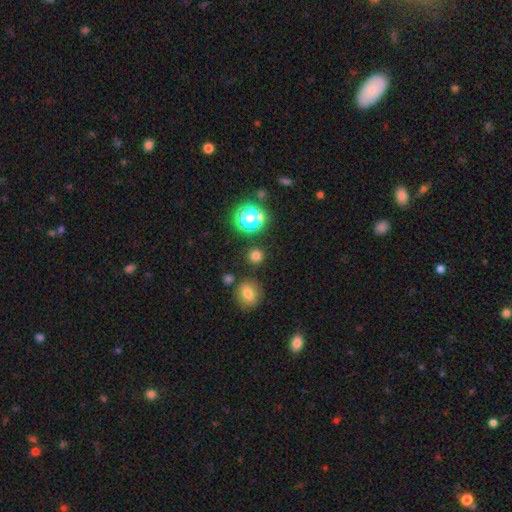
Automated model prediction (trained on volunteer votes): A smooth galaxy with no disk features (72%) that is round (90%).

Vote fractions:
- Smooth or featured? smooth: 72% / star or artifact: 23% / featured or disk: 5%
- How rounded? round: 90% / in between: 9% / cigar-shaped: 1%
- Merging? none: 85% / minor disturbance: 8% / merger: 4% / major disturbance: 3%